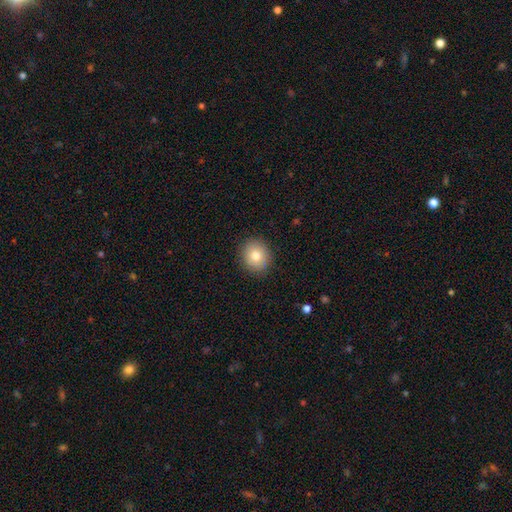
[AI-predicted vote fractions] smooth_or_featured: smooth (p=0.80) [alt: featured or disk p=0.11]
how_rounded: round (p=0.75) [alt: in between p=0.24]
merging: none (p=0.90) [alt: minor disturbance p=0.07]